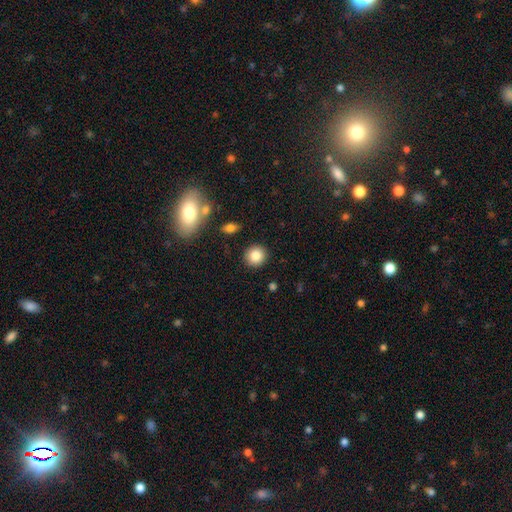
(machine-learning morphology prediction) The model was most divided on "smooth or featured": smooth: 84%, star or artifact: 9%, featured or disk: 7%. More confident: merging — none (90%); how rounded — round (89%).